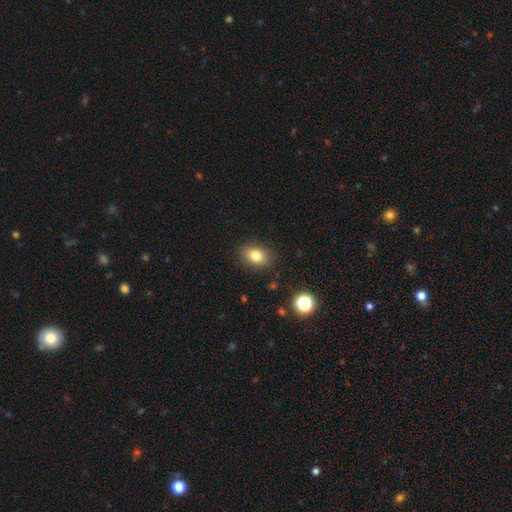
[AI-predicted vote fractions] Q: Smooth or featured?
A: smooth (82%); runner-up: star or artifact (11%)
Q: How rounded?
A: in between (74%); runner-up: round (25%)
Q: Merging?
A: none (87%); runner-up: minor disturbance (9%)